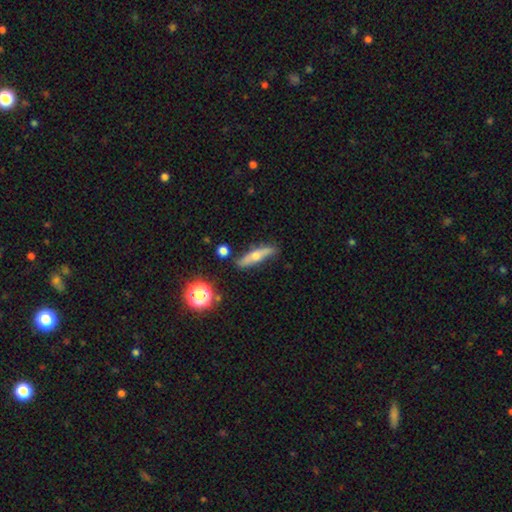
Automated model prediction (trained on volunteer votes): A featured or disk galaxy (49%).

Vote fractions:
- Smooth or featured? featured or disk: 49% / smooth: 44% / star or artifact: 8%
- Merging? none: 79% / minor disturbance: 14% / merger: 4% / major disturbance: 3%